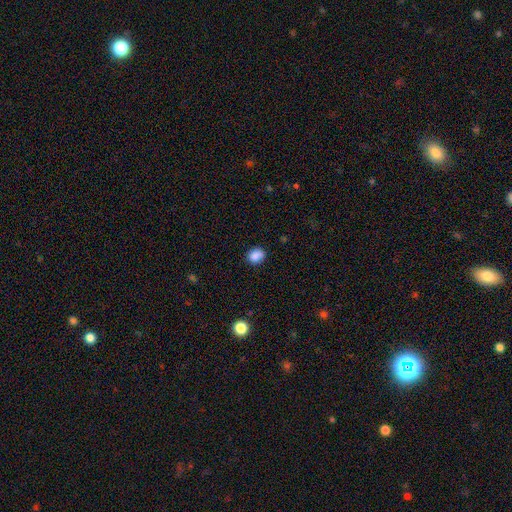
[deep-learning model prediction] The model was most divided on "how rounded": round: 60%, in between: 39%, cigar-shaped: 1%. More confident: smooth or featured — smooth (87%); merging — none (81%).